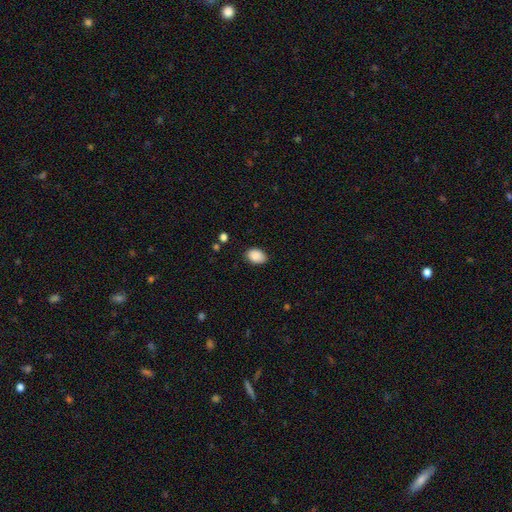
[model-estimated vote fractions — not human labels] Smooth or featured: smooth — 89% (star or artifact — 8%)
How rounded: in between — 82% (round — 17%)
Merging: none — 84% (minor disturbance — 13%)